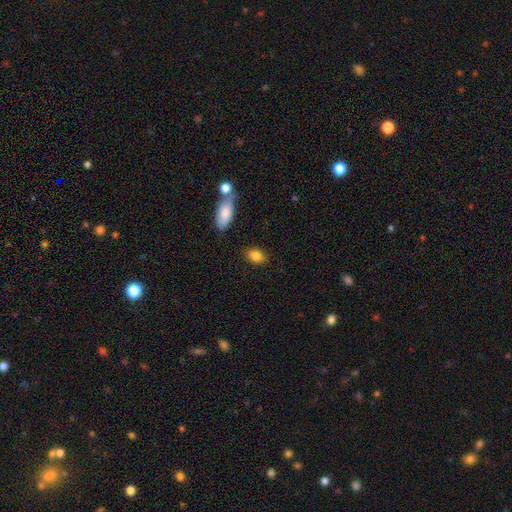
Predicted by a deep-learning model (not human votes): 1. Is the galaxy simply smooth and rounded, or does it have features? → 84% smooth, 8% featured or disk, 8% star or artifact.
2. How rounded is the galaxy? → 78% in between, 19% round, 3% cigar-shaped.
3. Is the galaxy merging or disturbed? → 83% none, 11% minor disturbance, 3% merger, 3% major disturbance.